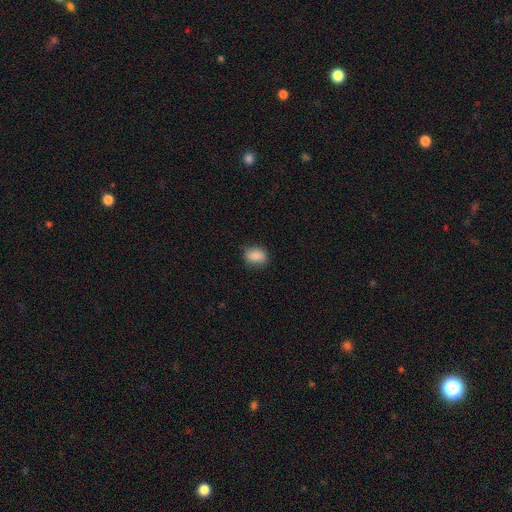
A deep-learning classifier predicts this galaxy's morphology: type=smooth (86%); roundness=in between (59%); merging=none (79%).